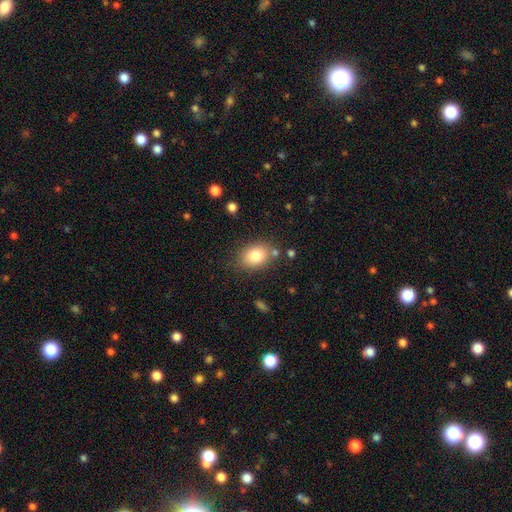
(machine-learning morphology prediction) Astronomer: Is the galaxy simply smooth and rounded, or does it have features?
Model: smooth — 81%.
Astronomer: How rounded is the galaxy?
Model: in between — 72%.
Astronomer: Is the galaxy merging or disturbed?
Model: none — 78%.